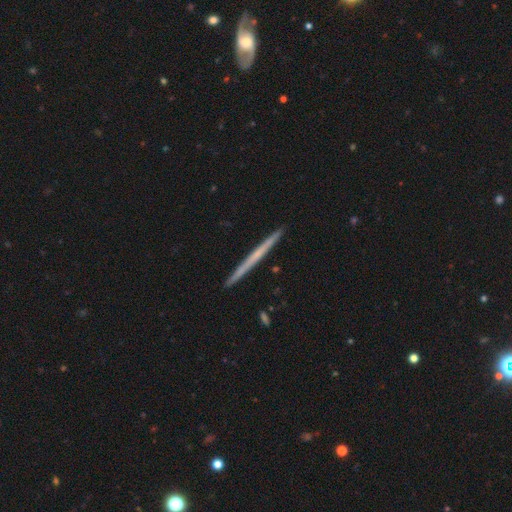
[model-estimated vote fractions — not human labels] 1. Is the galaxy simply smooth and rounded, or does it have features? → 56% featured or disk, 39% smooth, 5% star or artifact.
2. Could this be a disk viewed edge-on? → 98% yes, 2% no.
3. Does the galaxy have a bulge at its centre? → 89% none, 9% rounded, 3% boxy.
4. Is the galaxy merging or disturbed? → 93% none, 5% minor disturbance, 1% merger, 1% major disturbance.